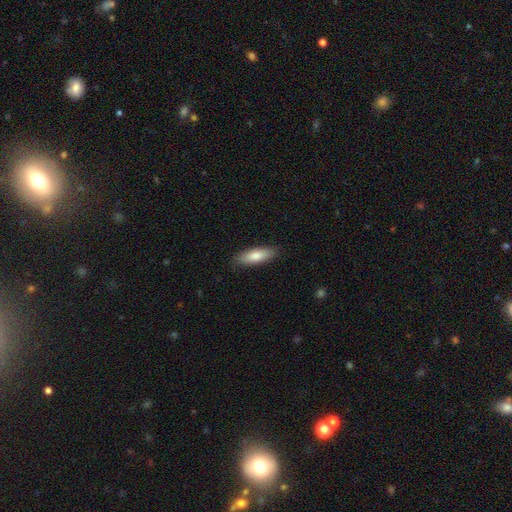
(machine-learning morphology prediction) This appears to be a smooth galaxy with no disk features (79%) that is cigar-shaped (50%). Merging: none (87%).